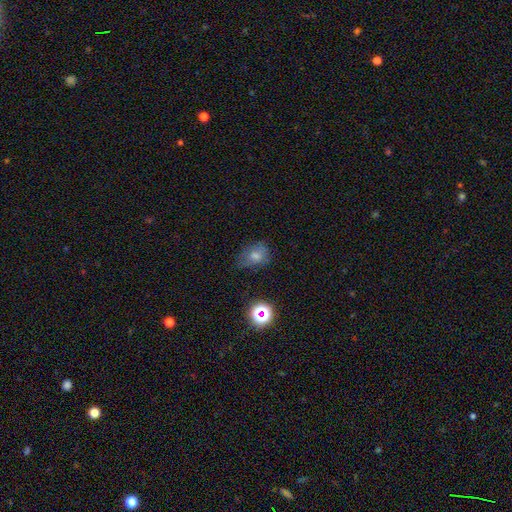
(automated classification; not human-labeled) The model was most divided on "how rounded": in between: 54%, round: 45%, cigar-shaped: 1%. More confident: smooth or featured — smooth (62%); merging — none (60%).